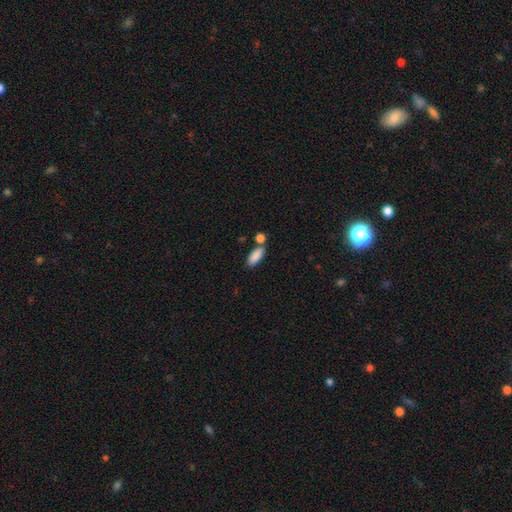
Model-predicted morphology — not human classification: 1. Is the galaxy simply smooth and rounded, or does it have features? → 88% smooth, 7% star or artifact, 5% featured or disk.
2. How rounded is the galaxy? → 79% in between, 18% cigar-shaped, 3% round.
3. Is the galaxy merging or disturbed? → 65% none, 20% merger, 12% minor disturbance, 3% major disturbance.